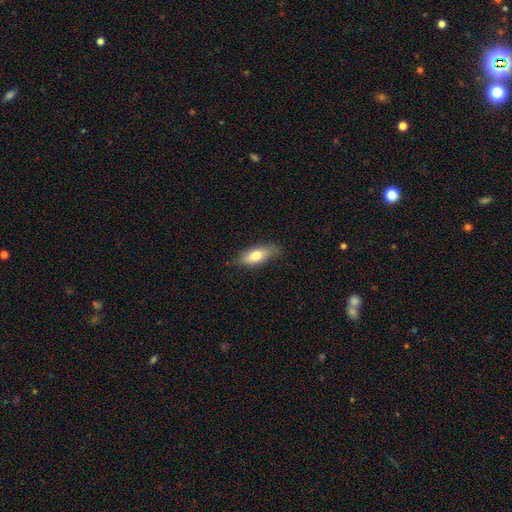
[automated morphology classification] smooth-or-featured: smooth: 72% | featured or disk: 22% | star or artifact: 7%
  how-rounded: in between: 73% | cigar-shaped: 23% | round: 3%
  merging: none: 79% | minor disturbance: 17% | major disturbance: 3% | merger: 1%